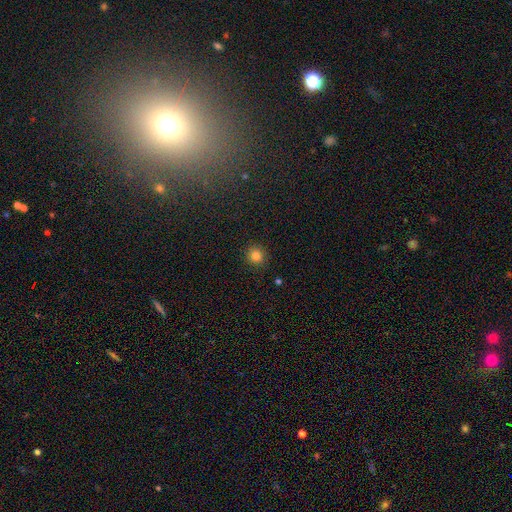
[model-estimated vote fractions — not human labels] Q: Smooth or featured?
A: smooth (84%); runner-up: star or artifact (12%)
Q: How rounded?
A: round (89%); runner-up: in between (10%)
Q: Merging?
A: none (90%); runner-up: minor disturbance (7%)